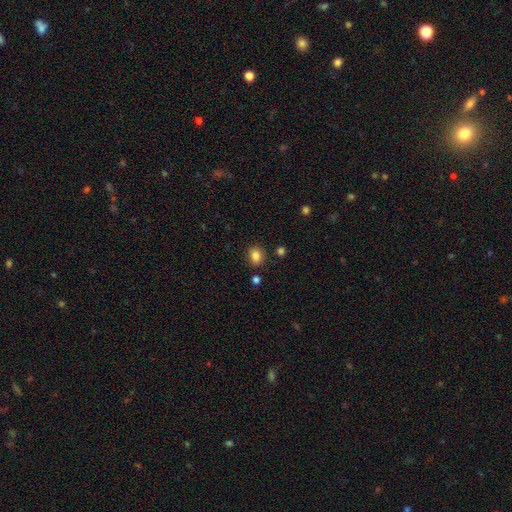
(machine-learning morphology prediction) Overall: smooth (84%). How rounded: round (54%; in between 45%). Merging: none (84%).